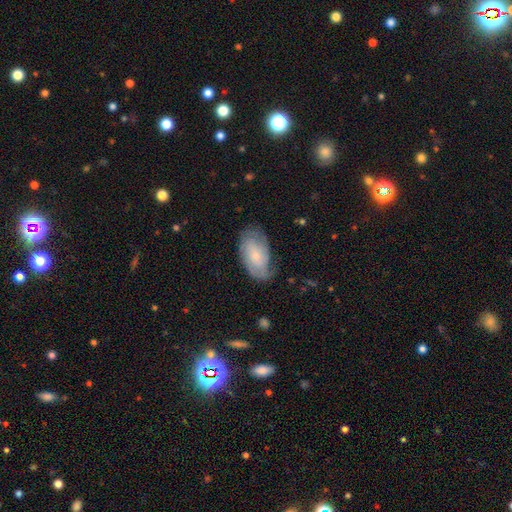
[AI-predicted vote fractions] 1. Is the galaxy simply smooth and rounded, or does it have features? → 56% featured or disk, 37% smooth, 7% star or artifact.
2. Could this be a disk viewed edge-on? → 94% no, 6% yes.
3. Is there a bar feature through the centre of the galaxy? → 71% no, 25% weak, 5% strong.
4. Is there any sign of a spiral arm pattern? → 83% yes, 17% no.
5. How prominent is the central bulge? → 70% small, 23% moderate, 4% none, 2% large, 1% dominant.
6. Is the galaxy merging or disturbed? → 62% none, 27% minor disturbance, 10% major disturbance, 1% merger.